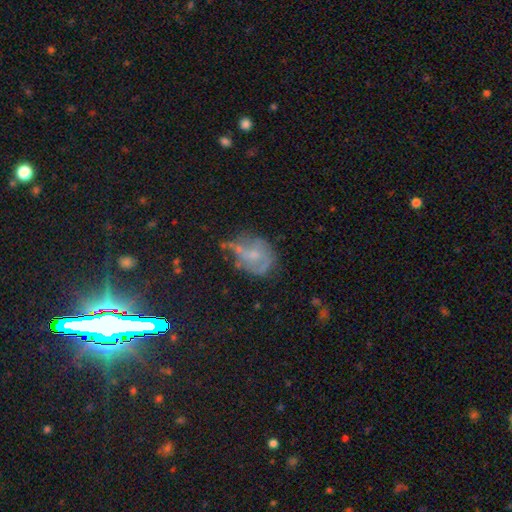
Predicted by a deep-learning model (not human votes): Smooth or featured: featured or disk — 49% (smooth — 38%)
Merging: none — 39% (minor disturbance — 31%)